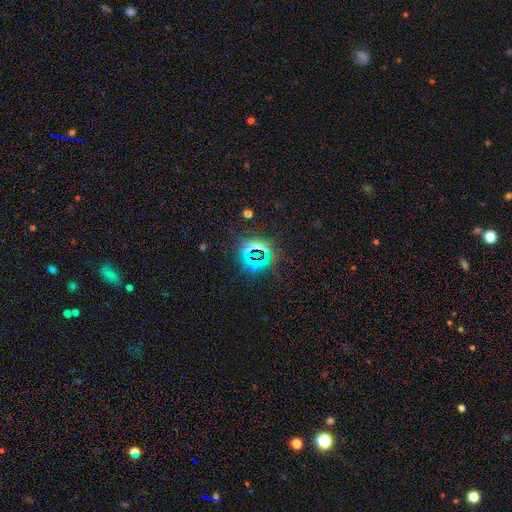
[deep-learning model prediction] smooth_or_featured: star or artifact (p=0.77) [alt: smooth p=0.15]